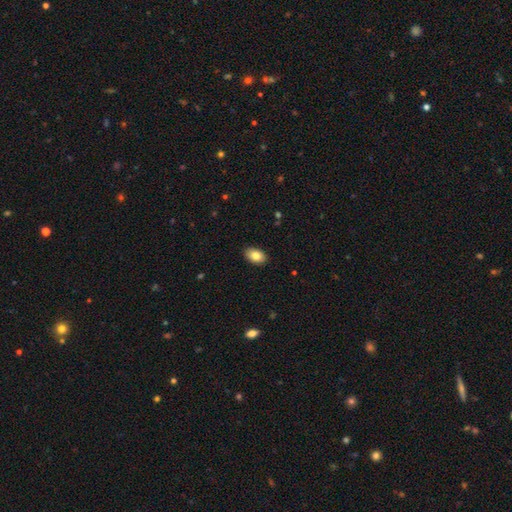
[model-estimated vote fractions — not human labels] A smooth galaxy with no disk features (83%) that is in between round and cigar-shaped (91%). Merging: none (89%).